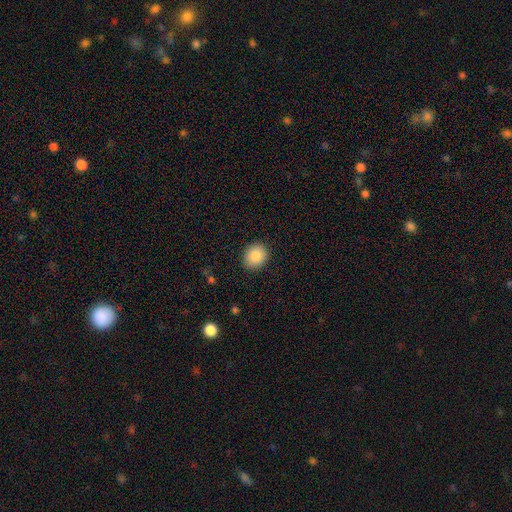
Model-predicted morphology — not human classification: smooth 88%, star or artifact 8%, featured or disk 4%. Down the decision tree: how rounded — round (62%); merging — none (89%).